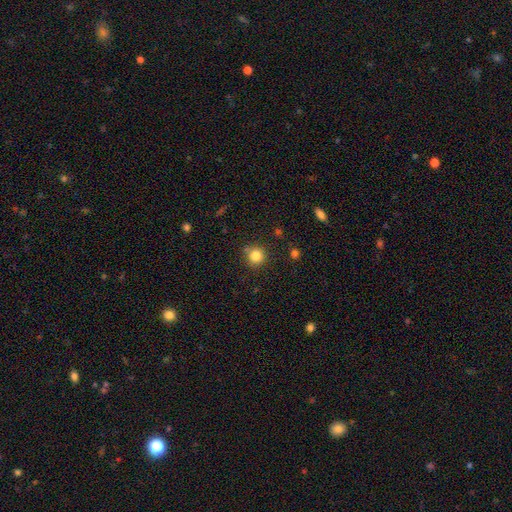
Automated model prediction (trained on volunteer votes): Smooth or featured? Predicted: smooth (p=0.82). How rounded? Predicted: round (p=0.94). Merging? Predicted: none (p=0.83).